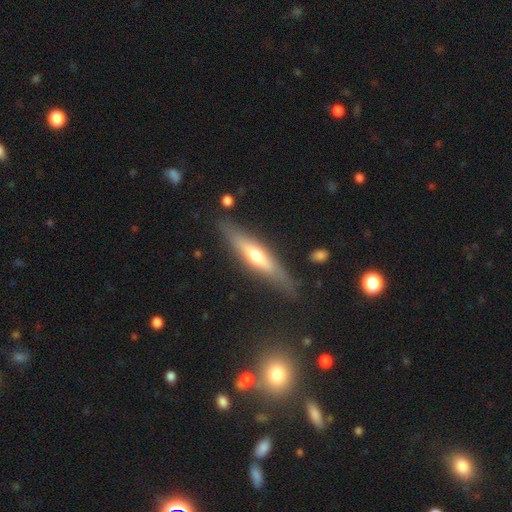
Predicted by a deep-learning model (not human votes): Smooth or featured?
  - featured or disk: 57% *
  - smooth: 37%
  - star or artifact: 6%
Edge-on disk?
  - yes: 90% *
  - no: 10%
Edge-on bulge?
  - rounded: 86% *
  - none: 9%
  - boxy: 5%
Merging?
  - none: 82% *
  - minor disturbance: 12%
  - major disturbance: 4%
  - merger: 2%